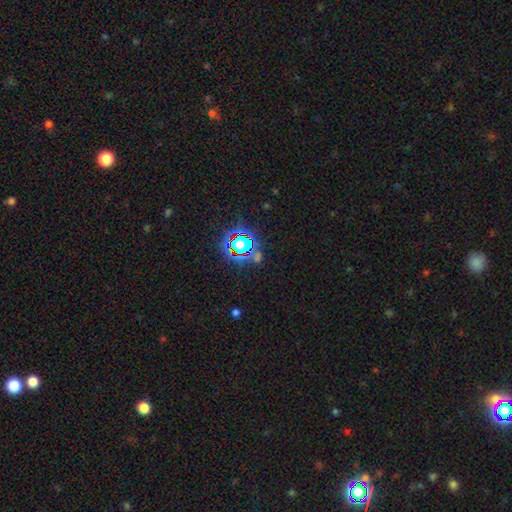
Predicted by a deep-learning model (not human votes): Smooth or featured?
  - star or artifact: 76% *
  - smooth: 16%
  - featured or disk: 9%